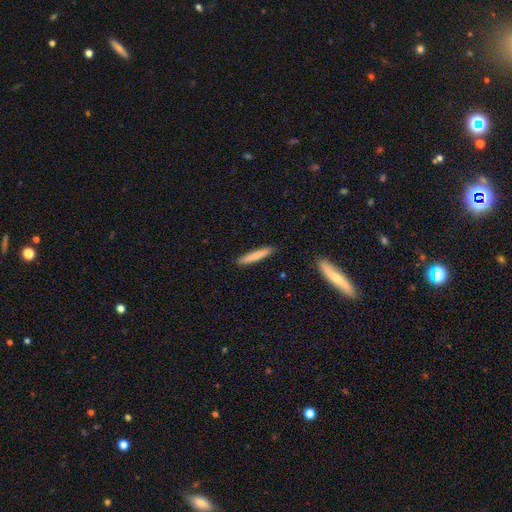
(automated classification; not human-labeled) Smooth or featured: smooth — 79% (featured or disk — 15%)
How rounded: cigar-shaped — 92% (in between — 6%)
Merging: none — 90% (minor disturbance — 7%)